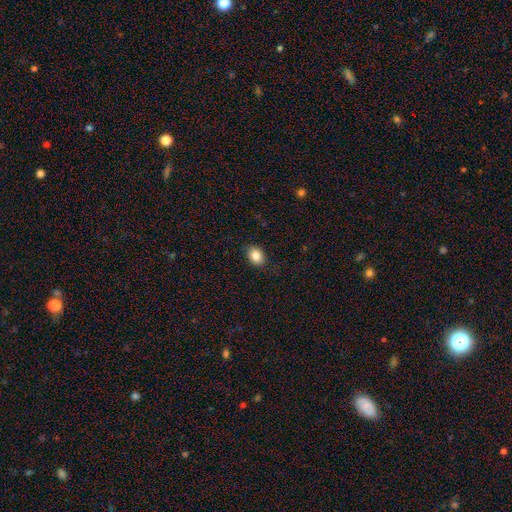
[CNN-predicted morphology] smooth-or-featured: smooth: 85% | star or artifact: 9% | featured or disk: 6%
  how-rounded: in between: 67% | round: 32% | cigar-shaped: 1%
  merging: none: 87% | minor disturbance: 10% | major disturbance: 2% | merger: 1%